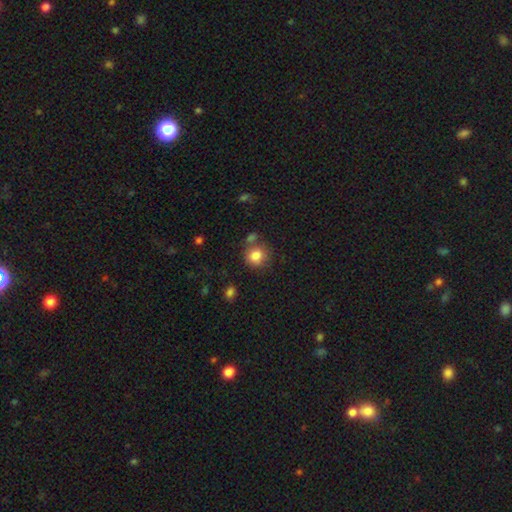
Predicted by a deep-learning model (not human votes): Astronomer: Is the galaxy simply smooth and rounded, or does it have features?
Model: smooth — 83%.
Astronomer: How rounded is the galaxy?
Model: round — 84%.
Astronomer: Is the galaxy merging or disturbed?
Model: none — 68%.